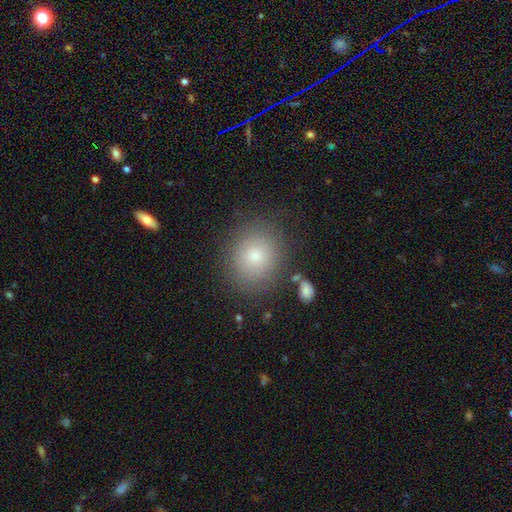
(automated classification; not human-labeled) A smooth galaxy with no disk features (77%) that is round (72%).

Vote fractions:
- Smooth or featured? smooth: 77% / star or artifact: 11% / featured or disk: 11%
- How rounded? round: 72% / in between: 27% / cigar-shaped: 1%
- Merging? none: 82% / minor disturbance: 11% / major disturbance: 4% / merger: 3%